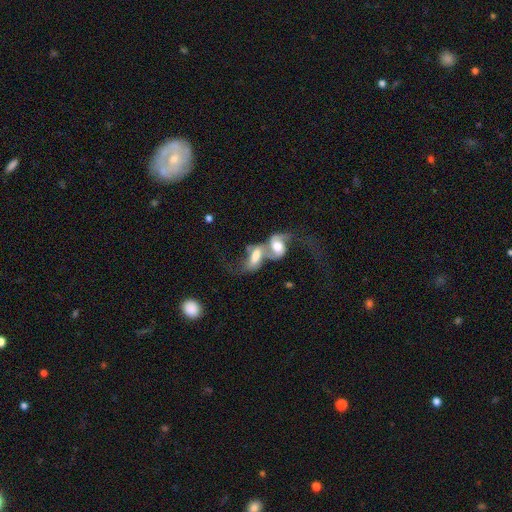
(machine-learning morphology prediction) smooth_or_featured: featured or disk (p=0.59) [alt: smooth p=0.32]
disk_edge_on: no (p=0.92) [alt: yes p=0.08]
bar: no (p=0.45) [alt: weak p=0.34]
has_spiral_arms: yes (p=0.80) [alt: no p=0.20]
bulge_size: moderate (p=0.44) [alt: large p=0.32]
merging: merger (p=0.79) [alt: major disturbance p=0.09]